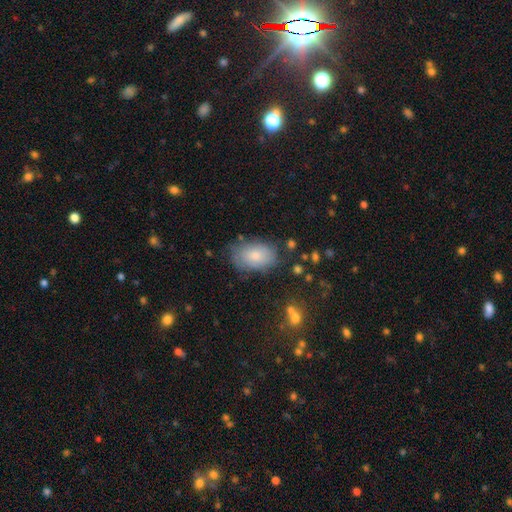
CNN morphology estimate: This is likely a smooth galaxy (79%). How rounded: clearly in between (91%). Merging: likely none (73%).